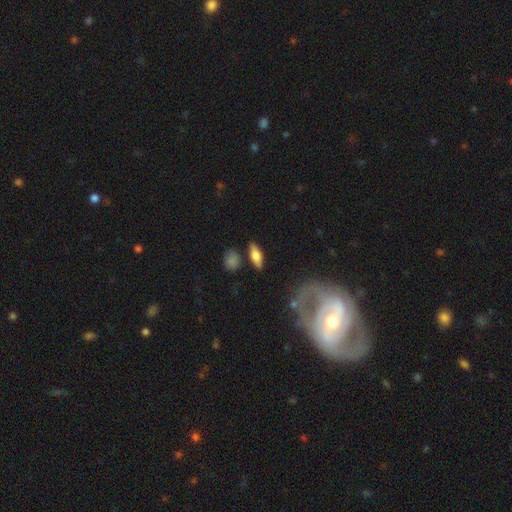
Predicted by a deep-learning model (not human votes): smooth 53%, featured or disk 39%, star or artifact 7%. Down the decision tree: how rounded — in between (63%); merging — none (81%).